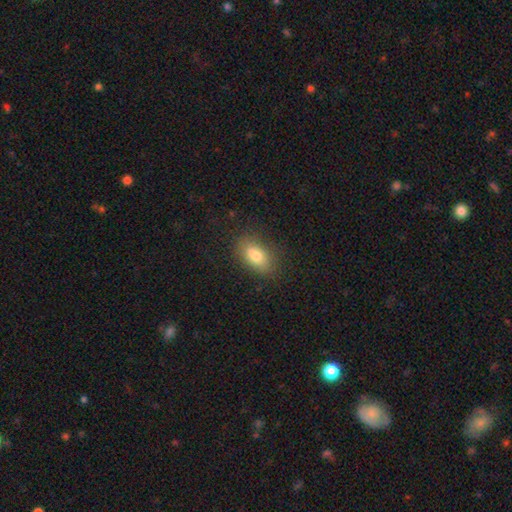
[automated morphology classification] Smooth or featured? smooth (79%)
How rounded? in between (87%)
Merging? none (73%)